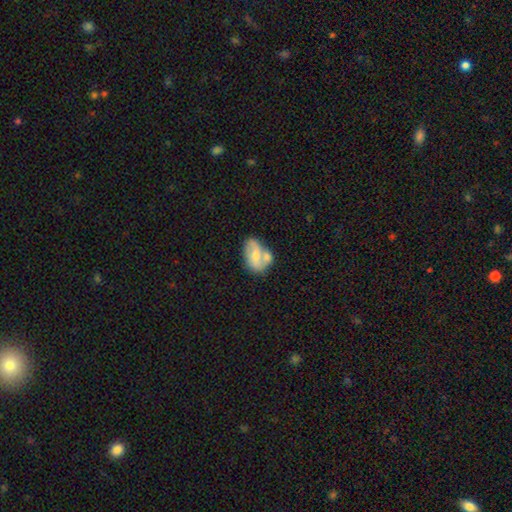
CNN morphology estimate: Smooth or featured: featured or disk — 49% (smooth — 44%)
Merging: merger — 40% (none — 32%)